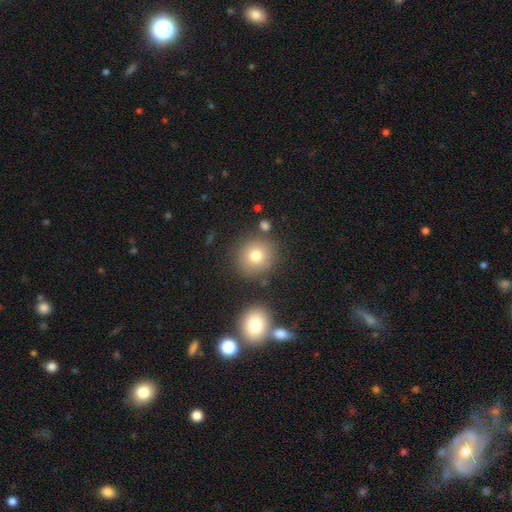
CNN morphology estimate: A smooth galaxy with no disk features (77%) that is round (90%). Merging: none (81%).